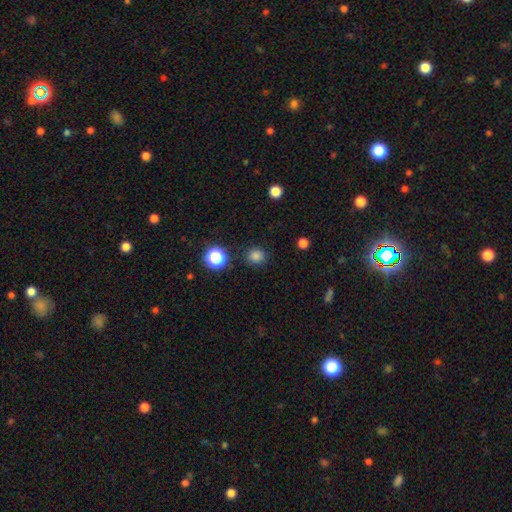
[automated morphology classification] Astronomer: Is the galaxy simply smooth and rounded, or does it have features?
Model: smooth — 82%.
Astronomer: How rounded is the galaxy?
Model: round — 85%.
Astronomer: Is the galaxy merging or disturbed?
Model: none — 87%.